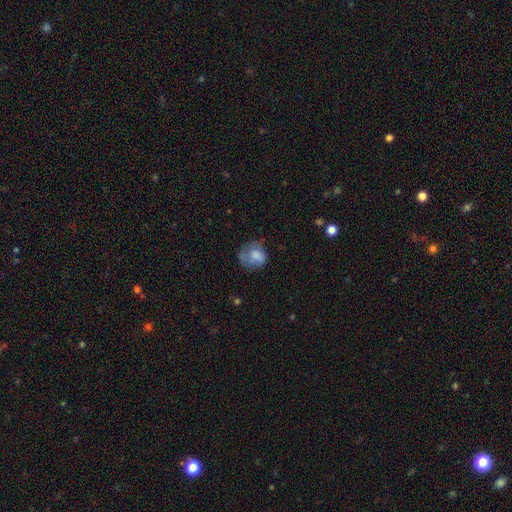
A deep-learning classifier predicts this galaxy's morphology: Overall: smooth (66%). How rounded: round (71%). Merging: none (52%; minor disturbance 28%).